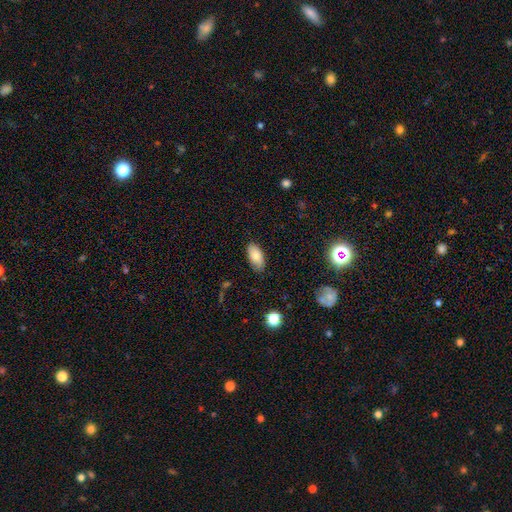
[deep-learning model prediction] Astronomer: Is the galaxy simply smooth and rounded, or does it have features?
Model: smooth — 84%.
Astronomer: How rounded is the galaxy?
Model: in between — 92%.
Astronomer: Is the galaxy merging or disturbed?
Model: none — 81%.